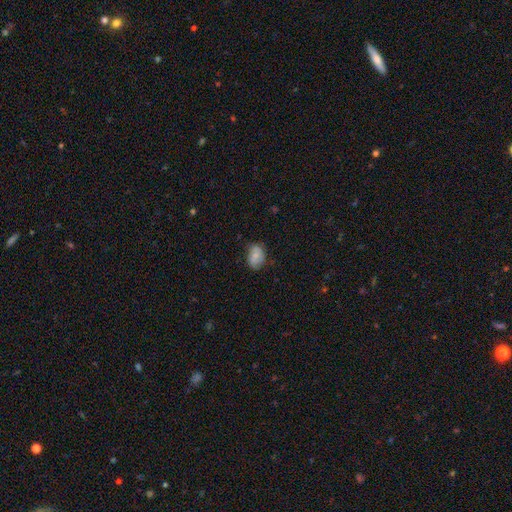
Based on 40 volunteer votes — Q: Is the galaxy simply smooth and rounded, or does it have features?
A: smooth — 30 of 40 (75%).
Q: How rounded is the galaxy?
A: in between — 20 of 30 (67%).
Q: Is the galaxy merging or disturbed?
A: none — 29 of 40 (72%).